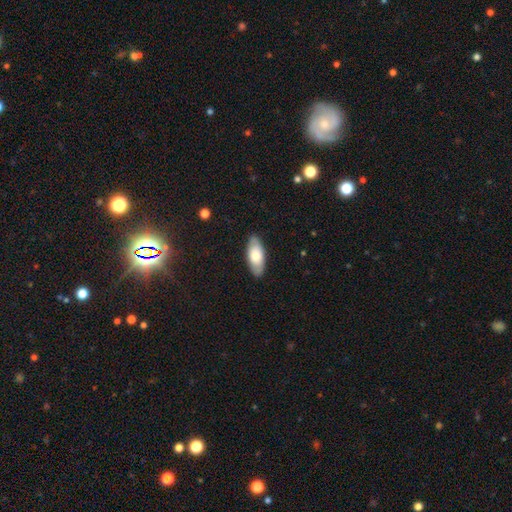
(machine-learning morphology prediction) Overall: smooth (71%). How rounded: in between (86%). Merging: none (87%).